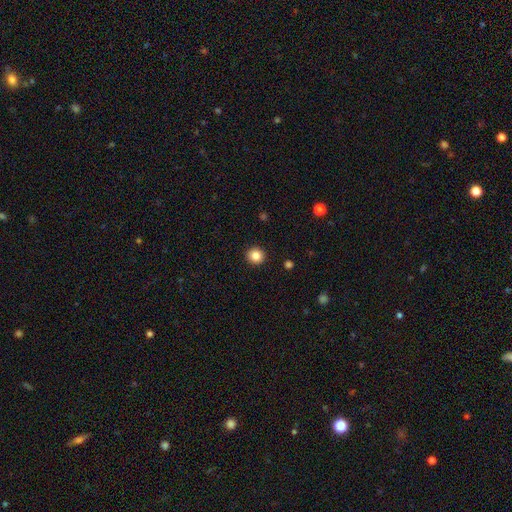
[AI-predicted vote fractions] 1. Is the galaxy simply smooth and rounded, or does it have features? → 84% smooth, 10% star or artifact, 5% featured or disk.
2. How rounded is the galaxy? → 92% round, 7% in between, 1% cigar-shaped.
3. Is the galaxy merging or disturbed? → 93% none, 5% minor disturbance, 2% major disturbance, 1% merger.